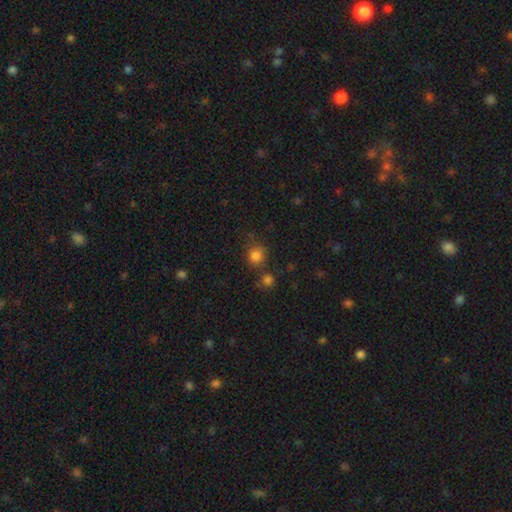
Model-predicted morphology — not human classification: Q: Smooth or featured?
A: smooth (81%); runner-up: star or artifact (14%)
Q: How rounded?
A: round (89%); runner-up: in between (10%)
Q: Merging?
A: none (72%); runner-up: merger (13%)